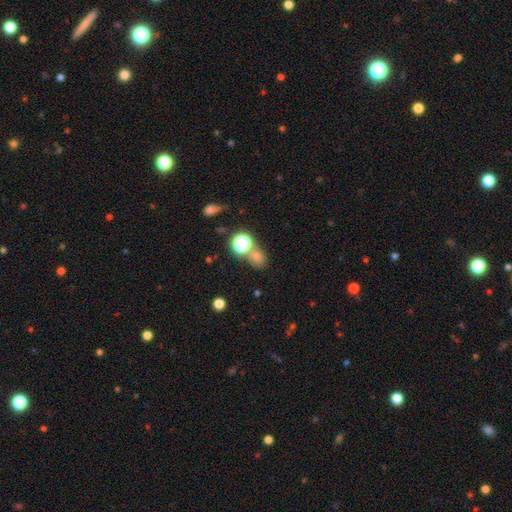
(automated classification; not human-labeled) smooth 66%, star or artifact 26%, featured or disk 8%. Down the decision tree: how rounded — round (61%); merging — none (58%).